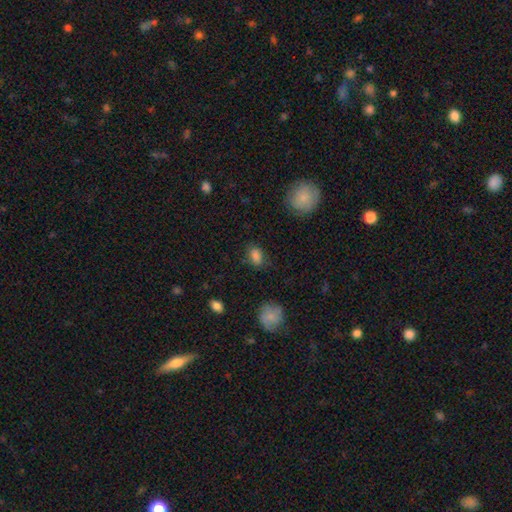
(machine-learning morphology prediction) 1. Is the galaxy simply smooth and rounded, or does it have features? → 84% smooth, 10% star or artifact, 6% featured or disk.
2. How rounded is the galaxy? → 80% in between, 18% round, 2% cigar-shaped.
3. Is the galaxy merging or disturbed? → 76% none, 17% minor disturbance, 5% major disturbance, 2% merger.